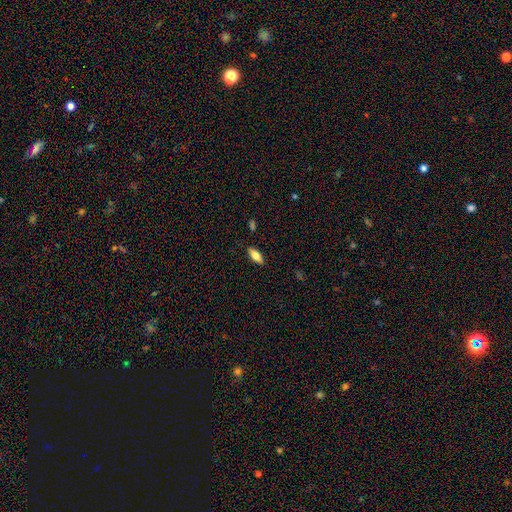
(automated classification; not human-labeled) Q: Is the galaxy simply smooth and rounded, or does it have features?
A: smooth — 72%.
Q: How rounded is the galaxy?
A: in between — 78%.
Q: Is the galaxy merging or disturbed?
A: none — 87%.